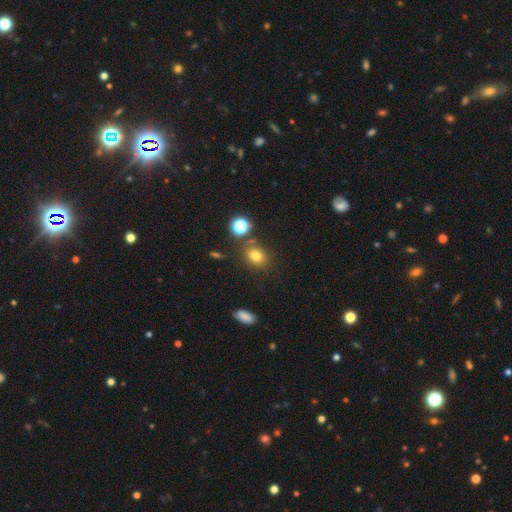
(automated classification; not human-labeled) smooth-or-featured: smooth: 74% | star or artifact: 18% | featured or disk: 9%
  how-rounded: round: 55% | in between: 44% | cigar-shaped: 1%
  merging: none: 77% | minor disturbance: 12% | merger: 7% | major disturbance: 4%